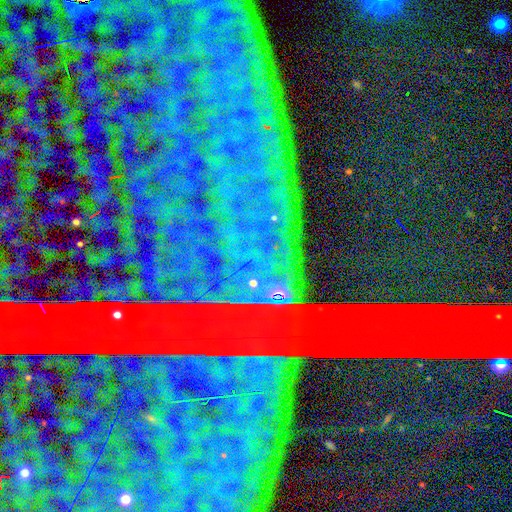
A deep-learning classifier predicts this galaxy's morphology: Smooth or featured? Predicted: star or artifact (p=0.88).